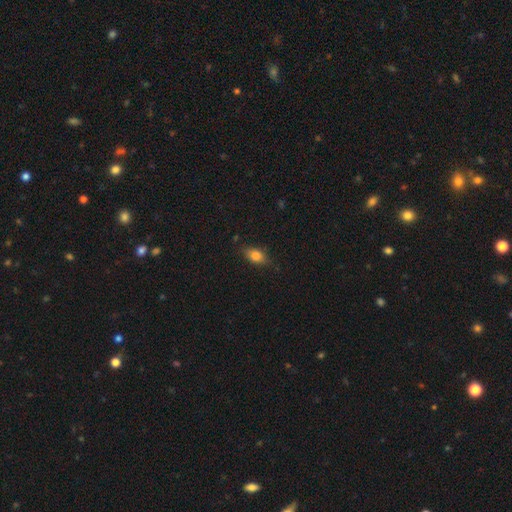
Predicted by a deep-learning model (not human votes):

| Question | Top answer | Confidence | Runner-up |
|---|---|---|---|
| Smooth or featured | smooth | 79% | featured or disk (13%) |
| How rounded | in between | 83% | round (10%) |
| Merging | none | 78% | minor disturbance (18%) |